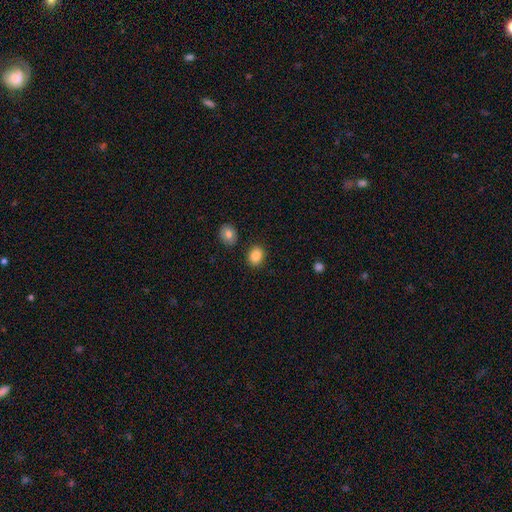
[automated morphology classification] smooth_or_featured: smooth (p=0.86) [alt: star or artifact p=0.09]
how_rounded: round (p=0.50) [alt: in between p=0.49]
merging: none (p=0.85) [alt: minor disturbance p=0.08]